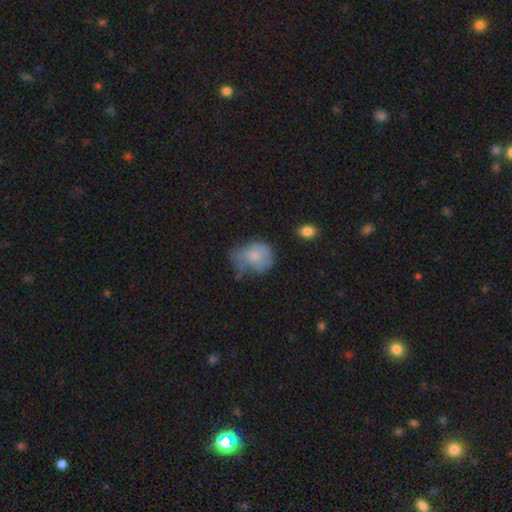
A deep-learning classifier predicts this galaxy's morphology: A smooth galaxy with no disk features (67%) that is round (51%).

Vote fractions:
- Smooth or featured? smooth: 67% / featured or disk: 24% / star or artifact: 9%
- How rounded? round: 51% / in between: 48% / cigar-shaped: 1%
- Merging? none: 34% (tied) / minor disturbance: 34% (tied) / major disturbance: 27% / merger: 5%